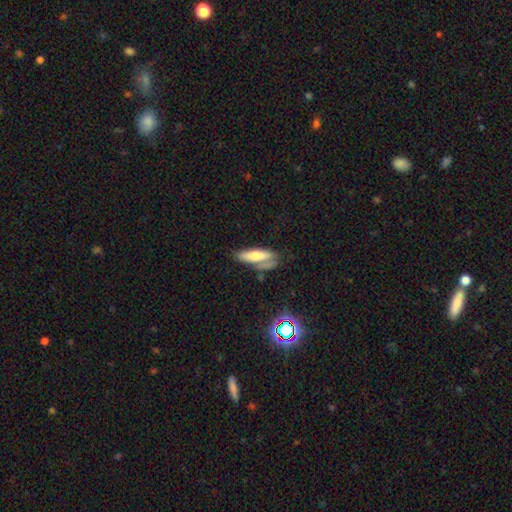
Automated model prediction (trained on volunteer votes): The model was most divided on "how rounded": cigar-shaped: 54%, in between: 44%, round: 2%. Remaining: smooth or featured — smooth (64%); merging — none (49%).